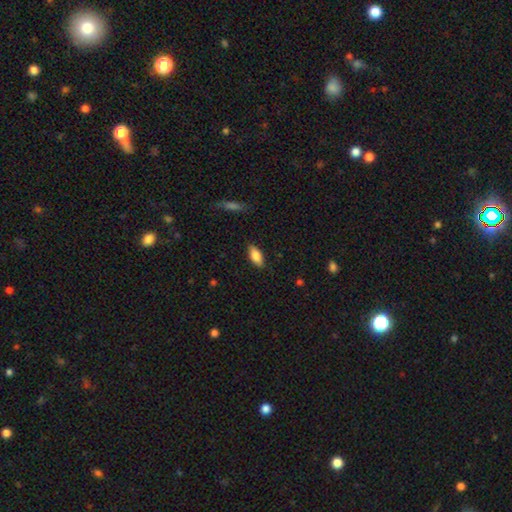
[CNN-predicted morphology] A smooth galaxy with no disk features (80%) that is in between round and cigar-shaped (82%).

Vote fractions:
- Smooth or featured? smooth: 80% / featured or disk: 14% / star or artifact: 7%
- How rounded? in between: 82% / cigar-shaped: 15% / round: 2%
- Merging? none: 85% / minor disturbance: 11% / major disturbance: 2% / merger: 1%